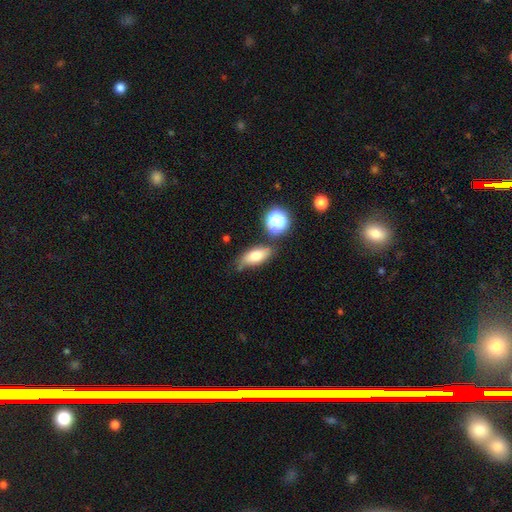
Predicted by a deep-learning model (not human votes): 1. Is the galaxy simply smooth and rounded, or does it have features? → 72% smooth, 17% featured or disk, 11% star or artifact.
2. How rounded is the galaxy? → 76% in between, 16% cigar-shaped, 8% round.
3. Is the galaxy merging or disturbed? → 65% none, 20% minor disturbance, 9% merger, 6% major disturbance.